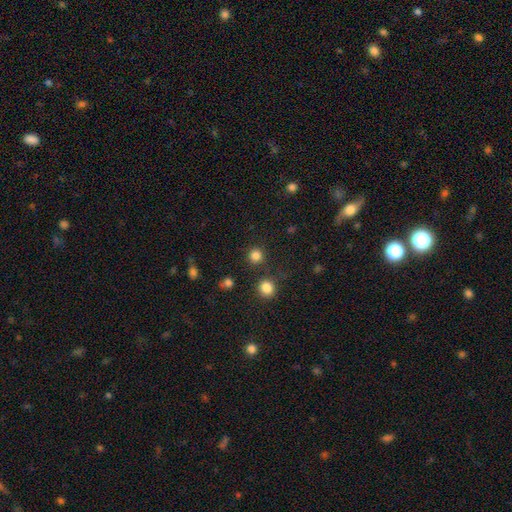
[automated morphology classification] Q: Smooth or featured?
A: smooth (83%); runner-up: star or artifact (13%)
Q: How rounded?
A: round (93%); runner-up: in between (6%)
Q: Merging?
A: none (84%); runner-up: minor disturbance (7%)